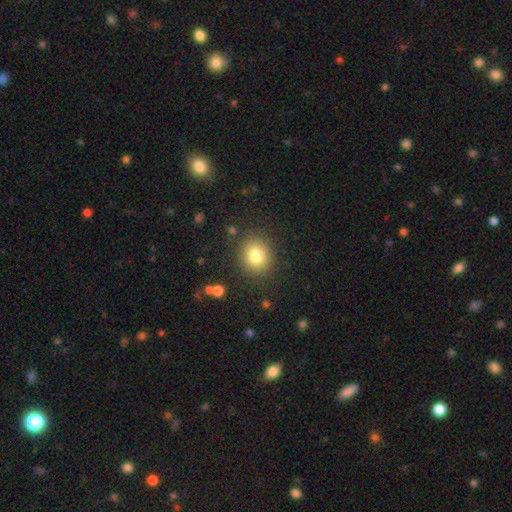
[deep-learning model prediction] Overall: smooth (80%). How rounded: round (78%). Merging: none (87%).